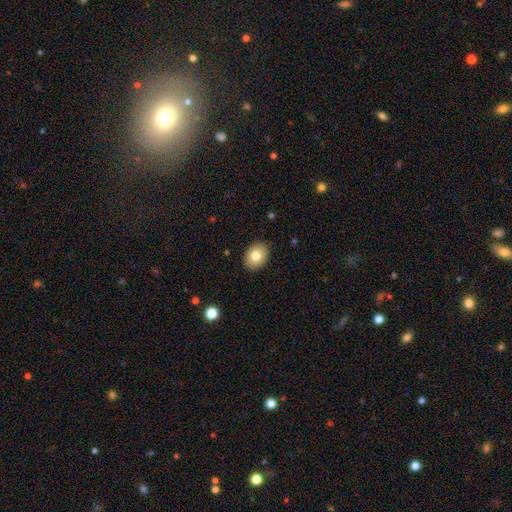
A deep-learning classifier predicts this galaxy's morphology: smooth_or_featured: smooth (p=0.79) [alt: featured or disk p=0.12]
how_rounded: in between (p=0.66) [alt: round p=0.33]
merging: none (p=0.88) [alt: minor disturbance p=0.09]